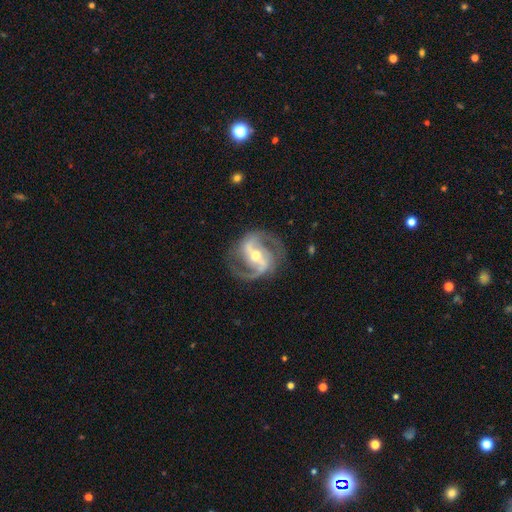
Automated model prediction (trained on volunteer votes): Smooth or featured? Predicted: featured or disk (p=0.92). Edge-on disk? Predicted: no (p=0.97). Bar? Predicted: strong (p=0.49). Spiral arms? Predicted: yes (p=0.98). Spiral winding? Predicted: medium (p=0.59). Spiral arm count? Predicted: 2 (p=0.90). Bulge size? Predicted: moderate (p=0.58). Merging? Predicted: none (p=0.81).